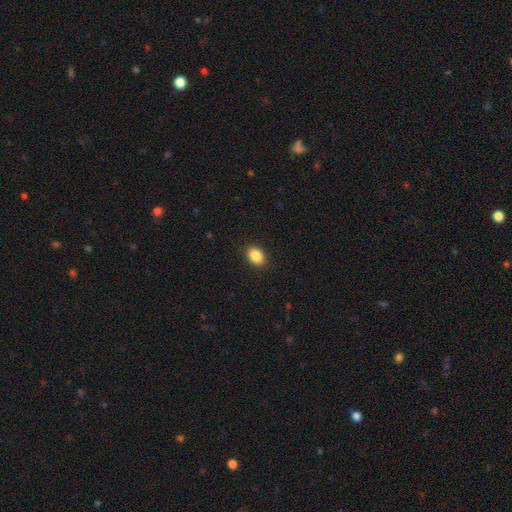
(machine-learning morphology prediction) A smooth galaxy with no disk features (88%) that is in between round and cigar-shaped (79%). Merging: none (89%).